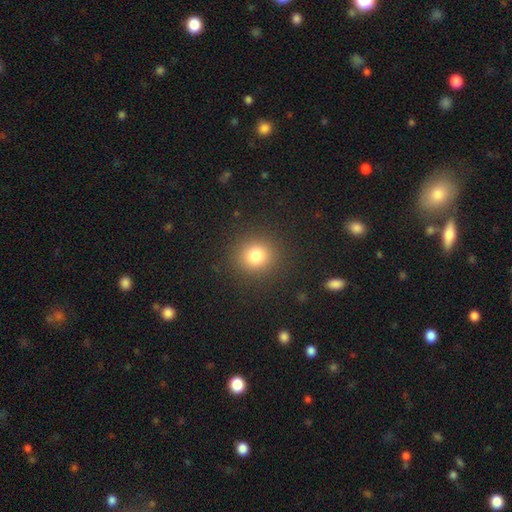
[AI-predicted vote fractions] Smooth or featured: smooth — 80% (star or artifact — 13%)
How rounded: round — 88% (in between — 11%)
Merging: none — 89% (minor disturbance — 7%)